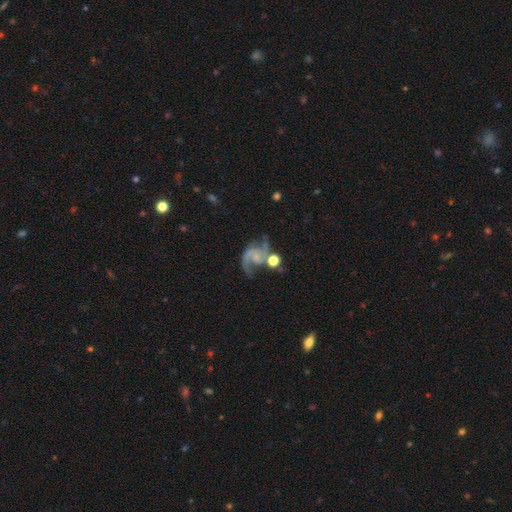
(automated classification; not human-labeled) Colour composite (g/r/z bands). It shows a featured or disk galaxy (86%) with no bar (62%), 2 (86%) medium (46%) spiral arms (97%) and a small central bulge (43%). Merging: none (51%).